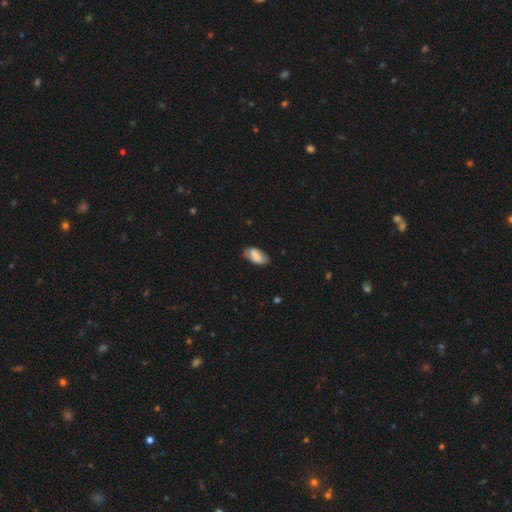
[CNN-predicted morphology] Smooth or featured? Predicted: smooth (p=0.76). How rounded? Predicted: in between (p=0.92). Merging? Predicted: none (p=0.61).